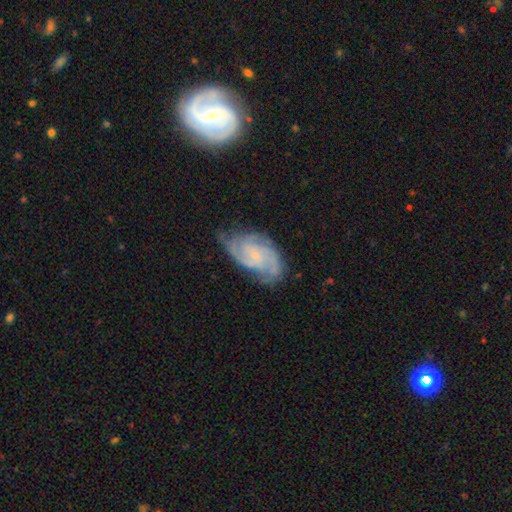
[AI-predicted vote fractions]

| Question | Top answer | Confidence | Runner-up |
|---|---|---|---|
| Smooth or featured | featured or disk | 83% | smooth (11%) |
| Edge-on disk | no | 97% | yes (3%) |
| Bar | no | 53% | weak (40%) |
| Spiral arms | yes | 96% | no (4%) |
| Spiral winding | tight | 48% | medium (42%) |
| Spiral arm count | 2 | 40% | 3 (26%) |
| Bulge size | small | 68% | none (19%) |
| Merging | none | 66% | minor disturbance (24%) |